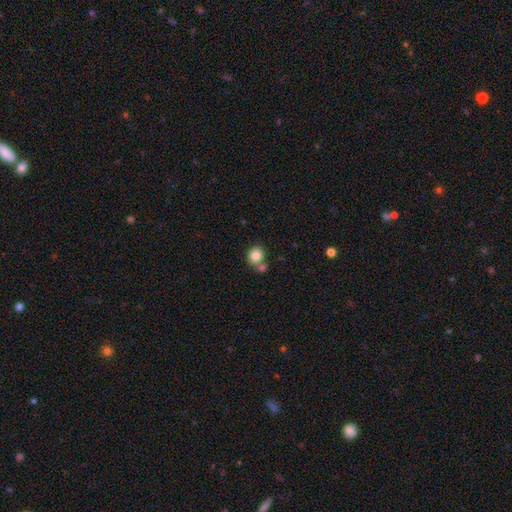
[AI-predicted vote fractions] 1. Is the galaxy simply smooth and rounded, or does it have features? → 84% smooth, 10% star or artifact, 7% featured or disk.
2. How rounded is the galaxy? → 81% round, 18% in between, 1% cigar-shaped.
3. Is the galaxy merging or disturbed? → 59% none, 29% merger, 9% minor disturbance, 3% major disturbance.